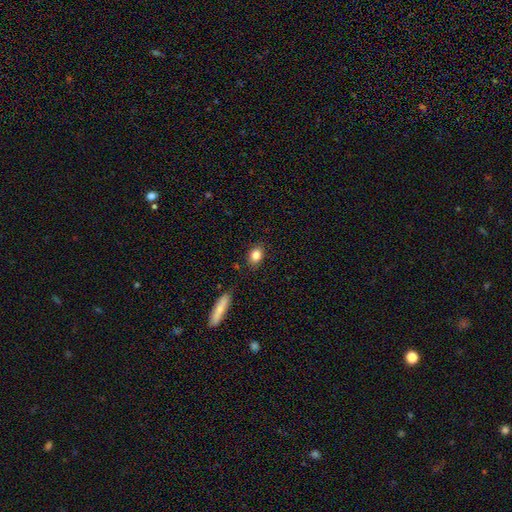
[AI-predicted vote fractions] This is clearly a smooth galaxy (83%). How rounded: likely in between (62%). Merging: clearly none (85%).